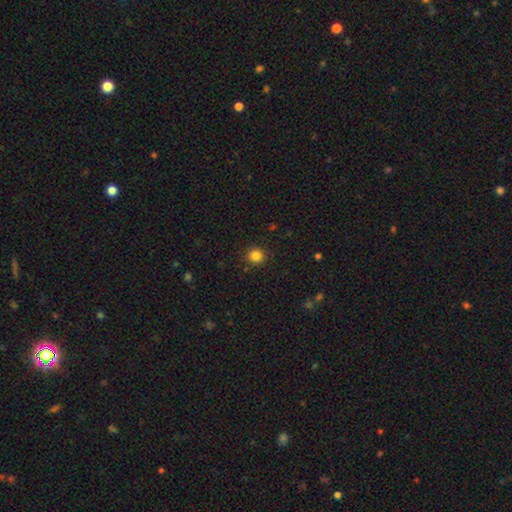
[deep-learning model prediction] This appears to be a smooth galaxy with no disk features (83%) that is round (92%). Merging: none (91%).